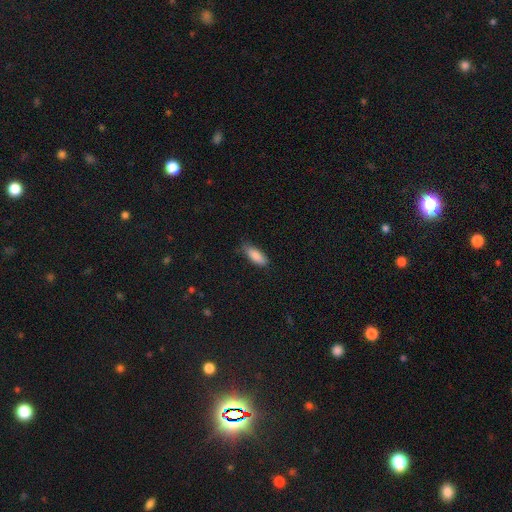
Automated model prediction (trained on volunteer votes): smooth-or-featured: smooth: 87% | featured or disk: 6% | star or artifact: 6%
  how-rounded: in between: 73% | cigar-shaped: 25% | round: 2%
  merging: none: 74% | minor disturbance: 22% | major disturbance: 3% | merger: 1%